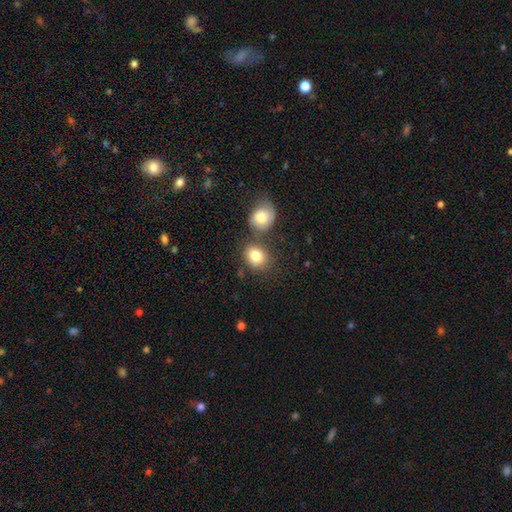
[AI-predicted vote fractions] Morphology: type=smooth (81%); roundness=round (56%); merging=none (57%).